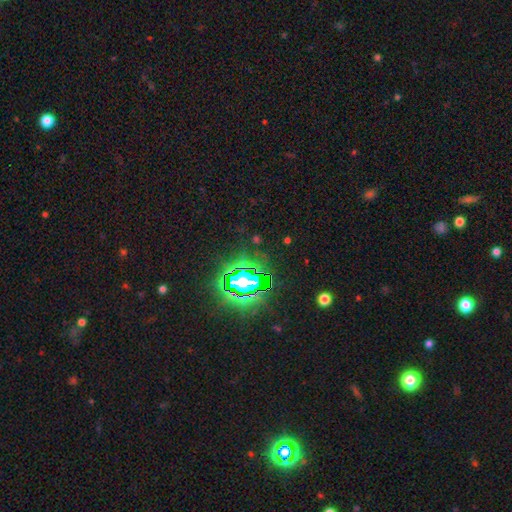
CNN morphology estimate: Smooth or featured? star or artifact (83%)